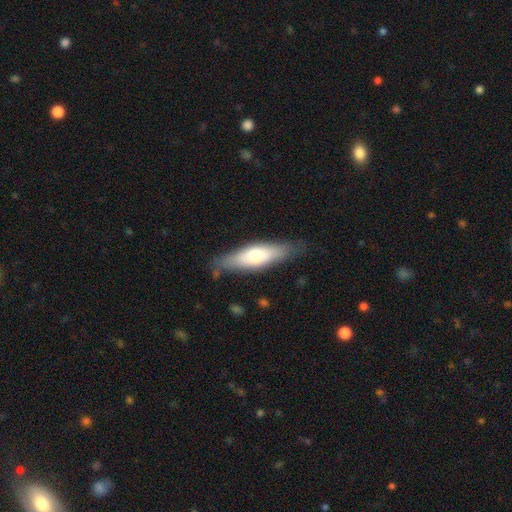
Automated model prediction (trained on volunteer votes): Smooth or featured? smooth (63%)
How rounded? cigar-shaped (54%)
Merging? none (76%)